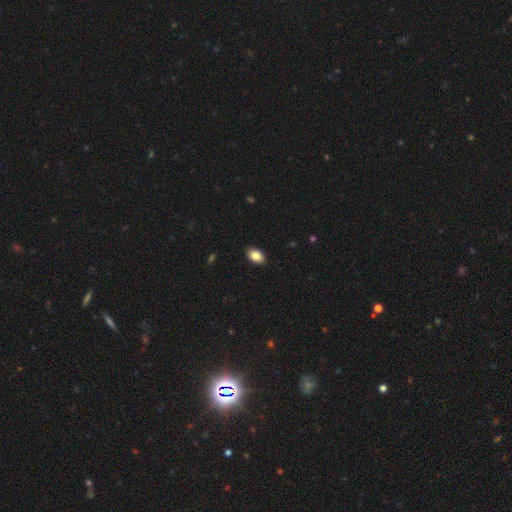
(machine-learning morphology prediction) smooth_or_featured: smooth (p=0.86) [alt: star or artifact p=0.08]
how_rounded: in between (p=0.89) [alt: round p=0.10]
merging: none (p=0.90) [alt: minor disturbance p=0.08]